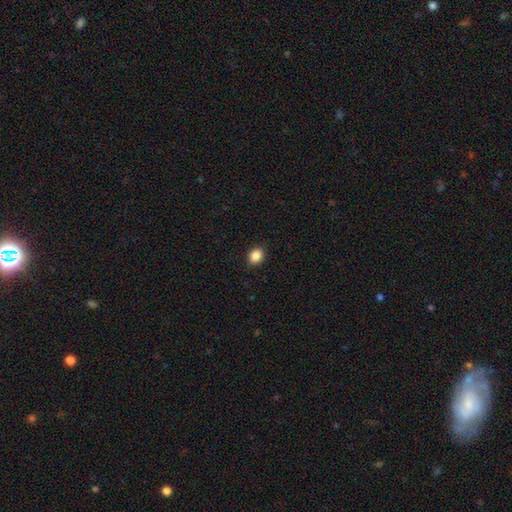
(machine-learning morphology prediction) This is clearly a smooth galaxy (87%). How rounded: possibly round (54%). Merging: clearly none (89%).